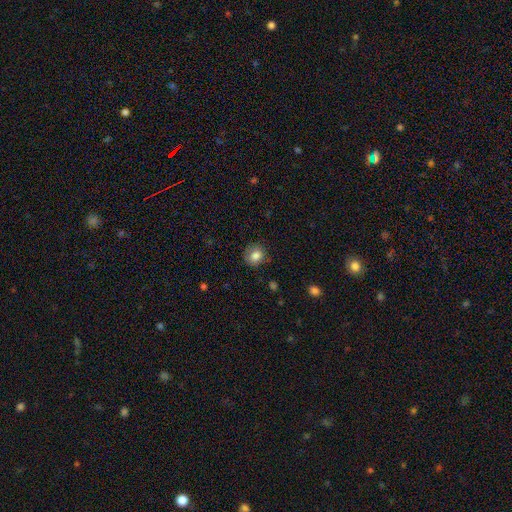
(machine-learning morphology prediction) This appears to be a smooth galaxy with no disk features (83%) that is round (78%). Merging: none (79%).